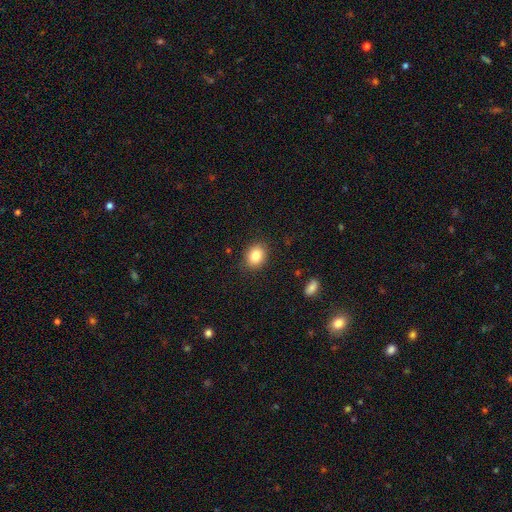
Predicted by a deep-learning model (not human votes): This is clearly a smooth galaxy (83%). How rounded: possibly round (54%). Merging: clearly none (88%).